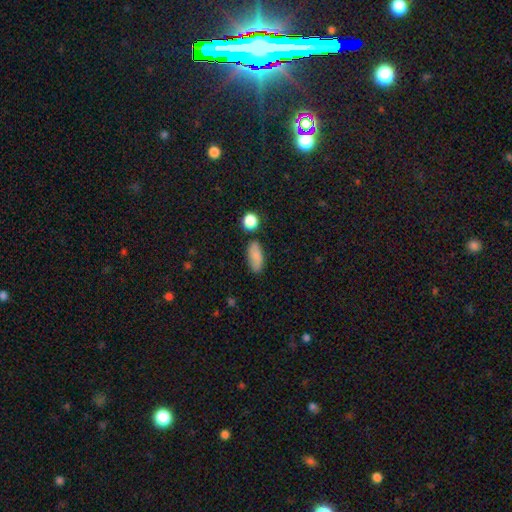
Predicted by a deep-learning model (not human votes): A smooth galaxy with no disk features (82%) that is in between round and cigar-shaped (85%).

Vote fractions:
- Smooth or featured? smooth: 82% / featured or disk: 10% / star or artifact: 8%
- How rounded? in between: 85% / cigar-shaped: 10% / round: 4%
- Merging? none: 77% / minor disturbance: 15% / merger: 5% / major disturbance: 3%